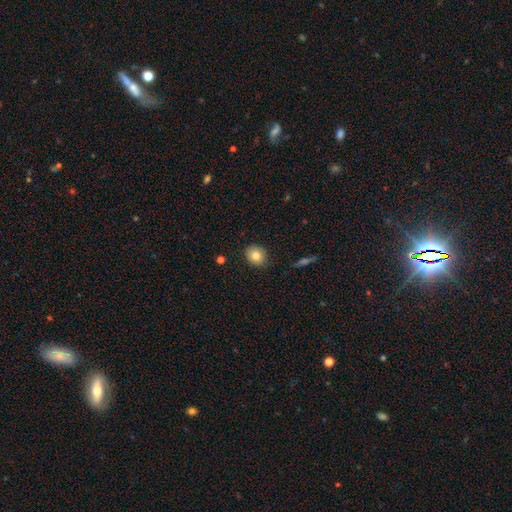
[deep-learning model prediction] Q: Smooth or featured?
A: smooth (82%); runner-up: featured or disk (9%)
Q: How rounded?
A: round (72%); runner-up: in between (27%)
Q: Merging?
A: none (85%); runner-up: minor disturbance (11%)